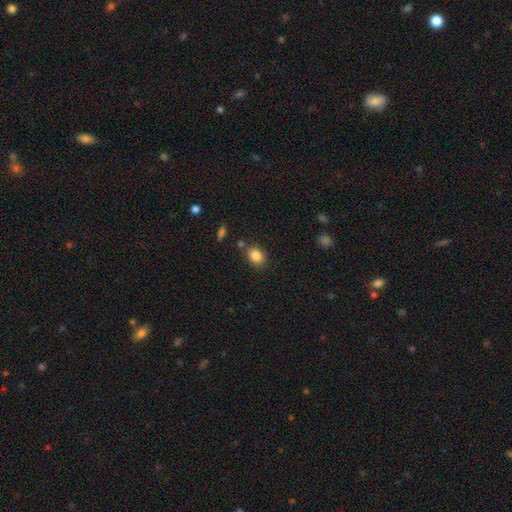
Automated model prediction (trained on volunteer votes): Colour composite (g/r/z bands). It shows a smooth galaxy with no disk features (86%) that is in between round and cigar-shaped (63%). Merging: none (78%).